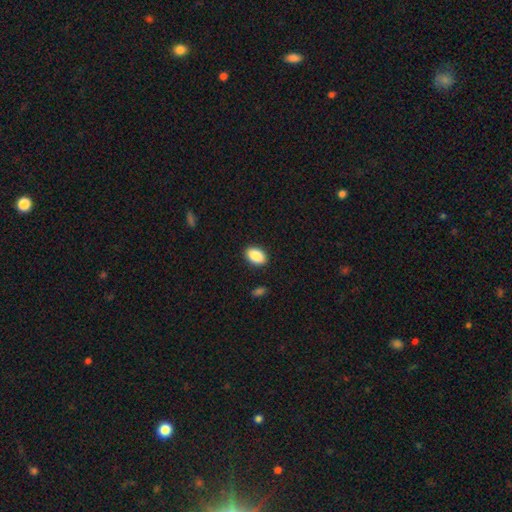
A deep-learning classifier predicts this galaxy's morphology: type=smooth (88%); roundness=in between (90%); merging=none (89%).